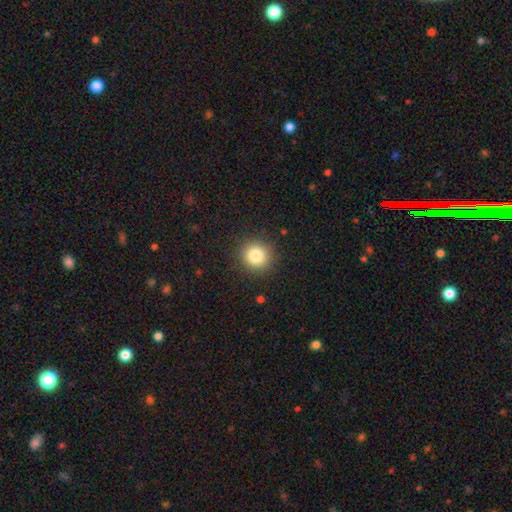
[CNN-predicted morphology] Smooth or featured? Predicted: smooth (p=0.83). How rounded? Predicted: round (p=0.92). Merging? Predicted: none (p=0.90).